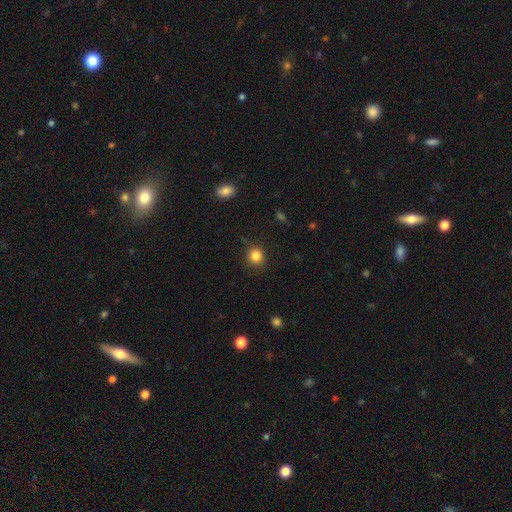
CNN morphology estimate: Smooth or featured? Predicted: smooth (p=0.85). How rounded? Predicted: round (p=0.89). Merging? Predicted: none (p=0.85).